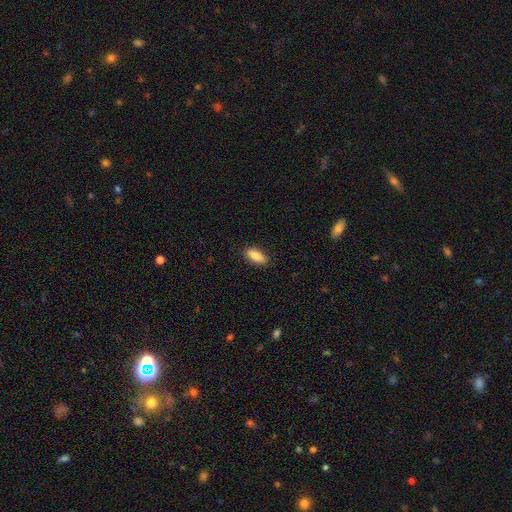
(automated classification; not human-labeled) Overall: smooth (87%). How rounded: in between (82%). Merging: none (88%).